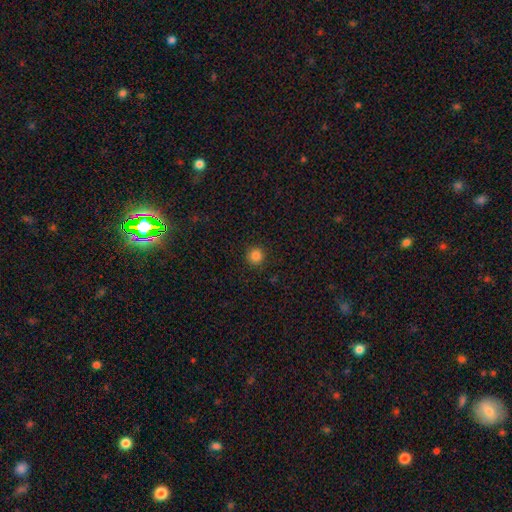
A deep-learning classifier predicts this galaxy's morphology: Q: Smooth or featured?
A: smooth (84%); runner-up: star or artifact (12%)
Q: How rounded?
A: round (95%); runner-up: in between (4%)
Q: Merging?
A: none (92%); runner-up: minor disturbance (6%)